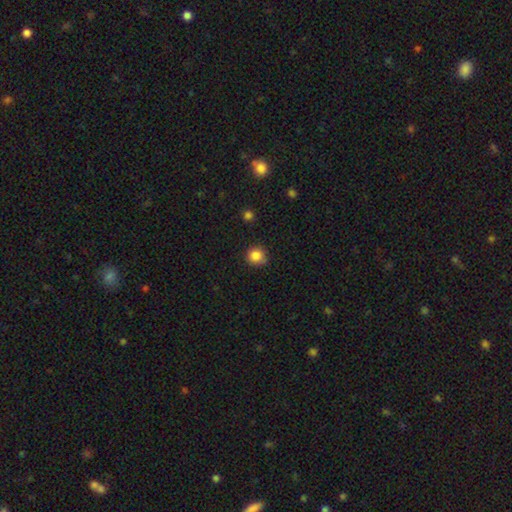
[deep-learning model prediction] Smooth or featured?
  - smooth: 85% *
  - star or artifact: 11%
  - featured or disk: 4%
How rounded?
  - round: 92% *
  - in between: 7%
  - cigar-shaped: 1%
Merging?
  - none: 84% *
  - minor disturbance: 12%
  - major disturbance: 2%
  - merger: 2%